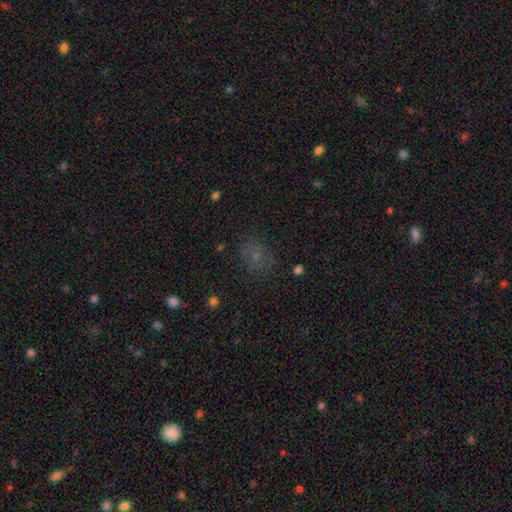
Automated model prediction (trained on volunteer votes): Smooth or featured? Predicted: smooth (p=0.59). How rounded? Predicted: round (p=0.57). Merging? Predicted: none (p=0.75).